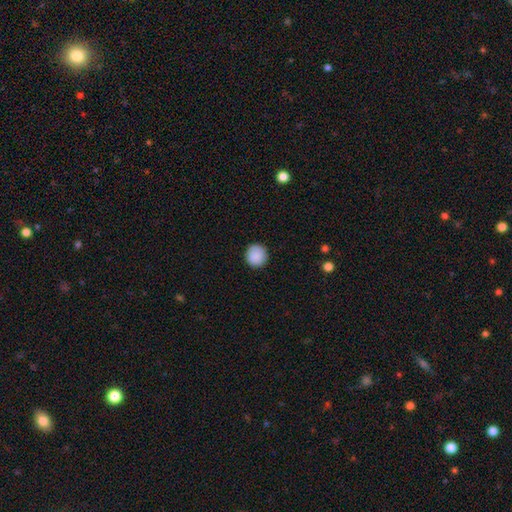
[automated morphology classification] This is clearly a smooth galaxy (89%). How rounded: clearly round (93%). Merging: clearly none (91%).